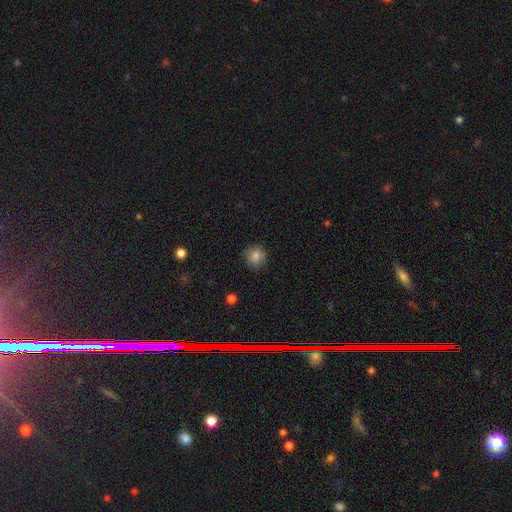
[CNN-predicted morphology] A smooth galaxy with no disk features (81%) that is round (89%). Merging: none (86%).